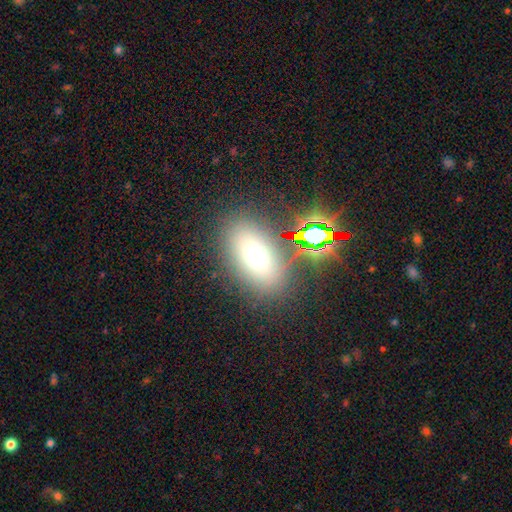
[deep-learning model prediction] Smooth or featured?
  - smooth: 62% *
  - star or artifact: 22%
  - featured or disk: 16%
How rounded?
  - in between: 82% *
  - round: 15%
  - cigar-shaped: 3%
Merging?
  - none: 81% *
  - minor disturbance: 10%
  - major disturbance: 5%
  - merger: 4%